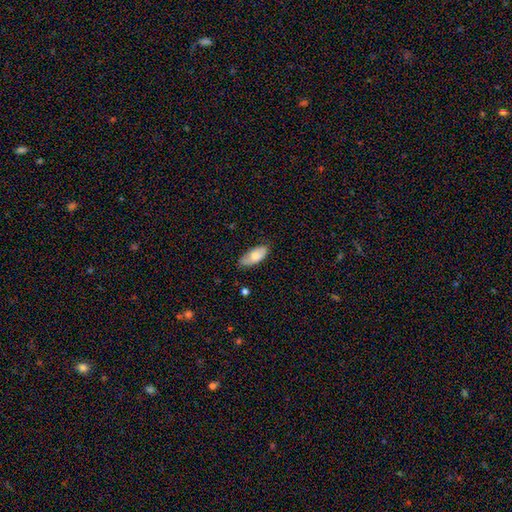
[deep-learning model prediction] Q: Smooth or featured?
A: smooth (72%); runner-up: featured or disk (22%)
Q: How rounded?
A: in between (89%); runner-up: cigar-shaped (9%)
Q: Merging?
A: none (73%); runner-up: minor disturbance (22%)